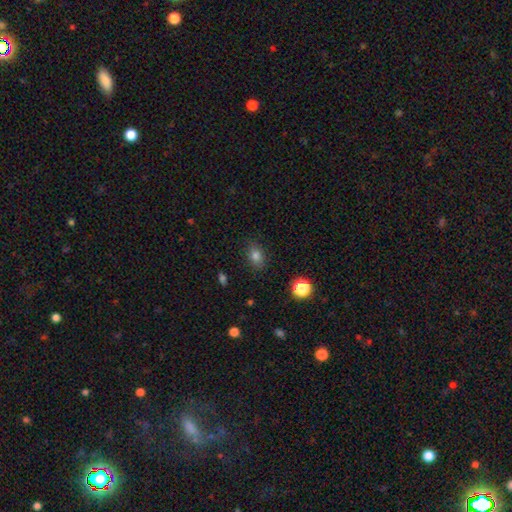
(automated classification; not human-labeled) smooth-or-featured: smooth: 80% | star or artifact: 13% | featured or disk: 7%
  how-rounded: in between: 67% | round: 32% | cigar-shaped: 1%
  merging: none: 85% | minor disturbance: 11% | major disturbance: 3% | merger: 1%